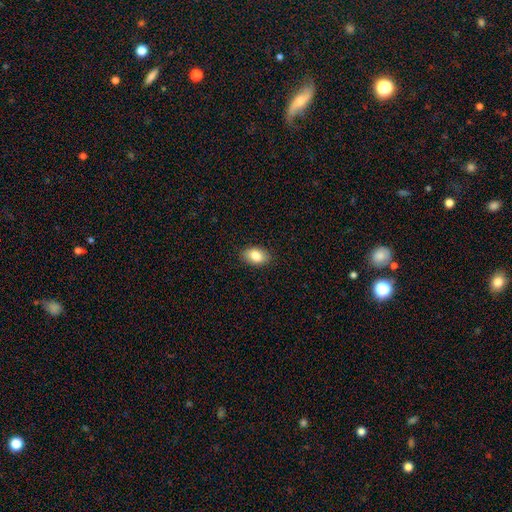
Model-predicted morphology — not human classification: Smooth or featured? smooth (84%)
How rounded? in between (89%)
Merging? none (88%)